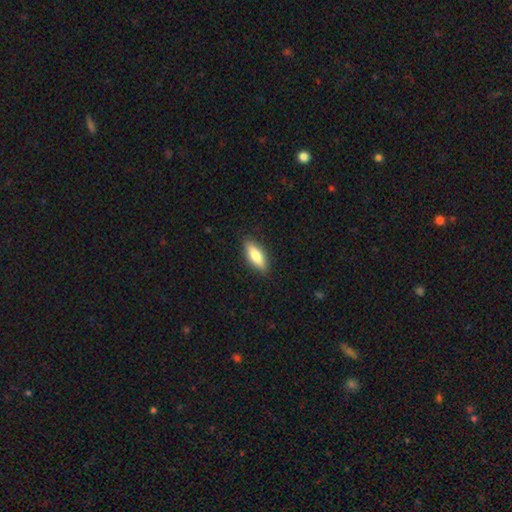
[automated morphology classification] smooth-or-featured: smooth: 73% | featured or disk: 21% | star or artifact: 6%
  how-rounded: in between: 60% | cigar-shaped: 37% | round: 2%
  merging: none: 88% | minor disturbance: 9% | major disturbance: 2% | merger: 1%